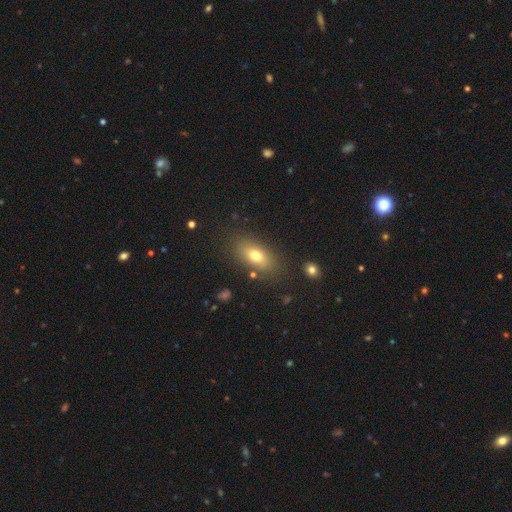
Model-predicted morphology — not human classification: This is likely a smooth galaxy (73%). How rounded: clearly in between (84%). Merging: clearly none (81%).